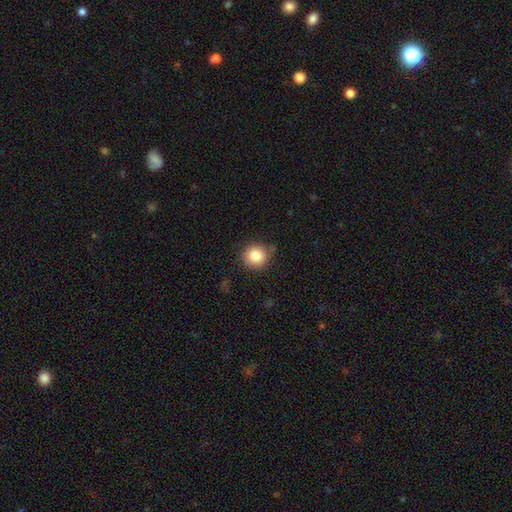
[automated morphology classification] smooth 84%, star or artifact 10%, featured or disk 6%. Down the decision tree: how rounded — round (90%); merging — none (85%).